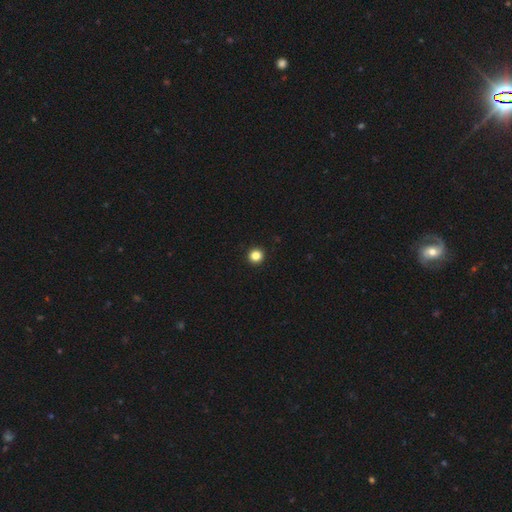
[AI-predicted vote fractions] A smooth galaxy with no disk features (85%) that is round (95%). Merging: none (94%).